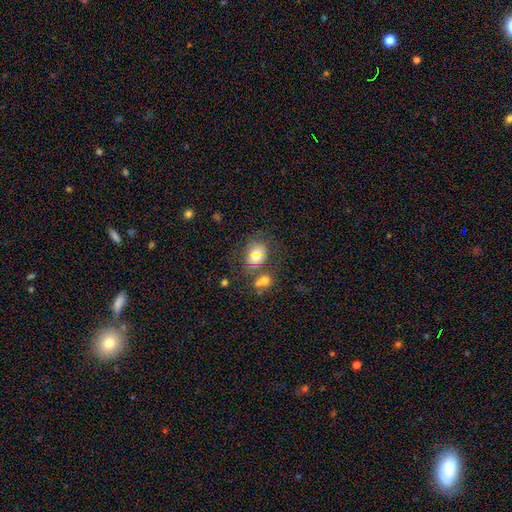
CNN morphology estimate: Smooth or featured? Predicted: smooth (p=0.72). How rounded? Predicted: in between (p=0.59). Merging? Predicted: none (p=0.50).